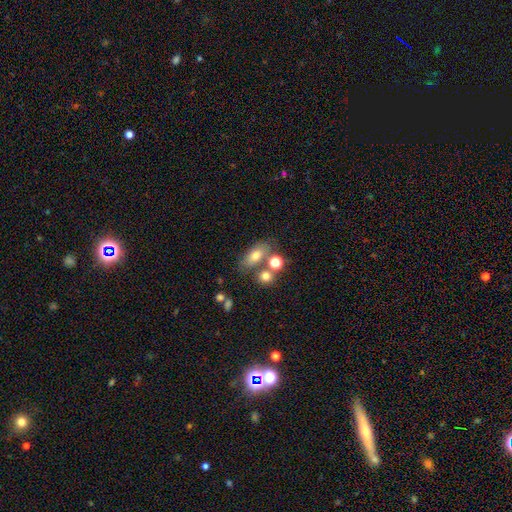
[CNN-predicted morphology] smooth_or_featured: smooth (p=0.70) [alt: featured or disk p=0.18]
how_rounded: in between (p=0.76) [alt: round p=0.16]
merging: none (p=0.56) [alt: merger p=0.24]